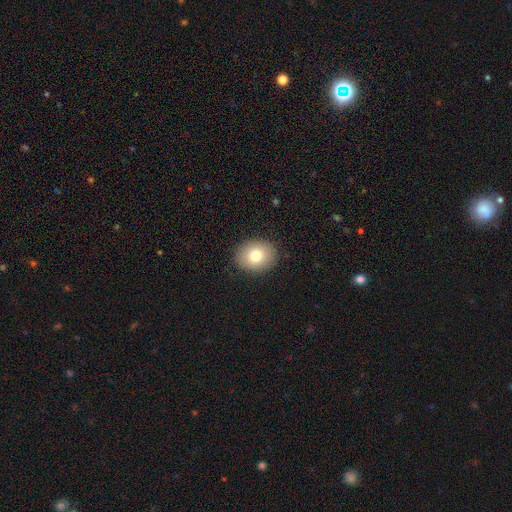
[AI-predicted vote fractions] A smooth galaxy with no disk features (78%) that is in between round and cigar-shaped (54%).

Vote fractions:
- Smooth or featured? smooth: 78% / featured or disk: 13% / star or artifact: 10%
- How rounded? in between: 54% / round: 46% / cigar-shaped: 1%
- Merging? none: 89% / minor disturbance: 8% / major disturbance: 2% / merger: 1%